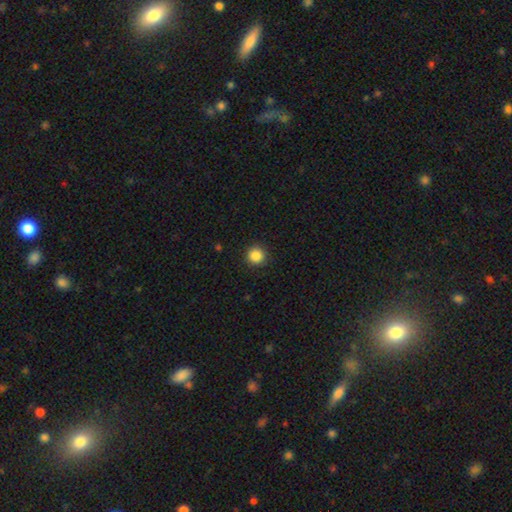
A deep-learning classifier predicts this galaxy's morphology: type=smooth (87%); roundness=round (95%); merging=none (92%).